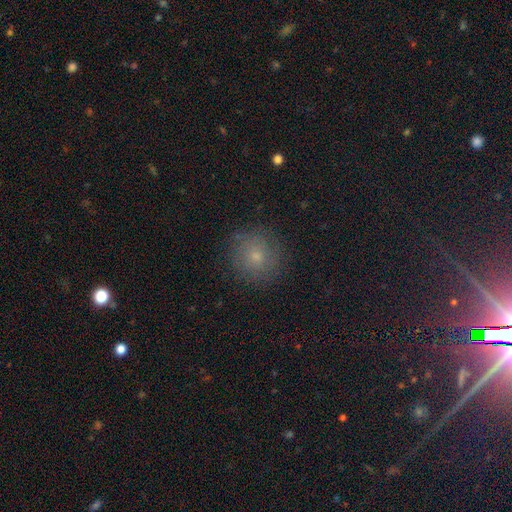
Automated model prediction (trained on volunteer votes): This is likely a smooth galaxy (71%). How rounded: clearly round (91%). Merging: clearly none (85%).